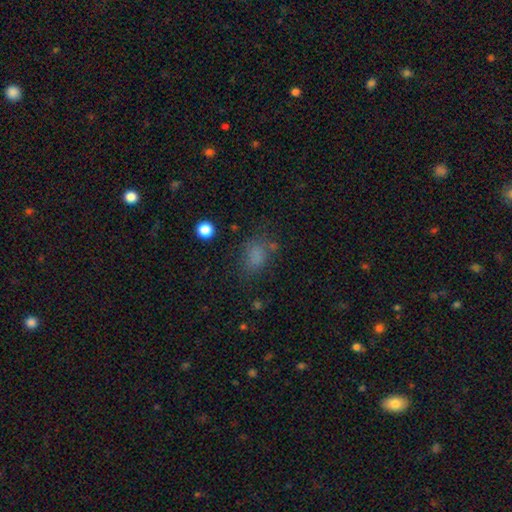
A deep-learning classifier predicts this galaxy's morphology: type=smooth (73%); roundness=in between (74%); merging=none (63%).